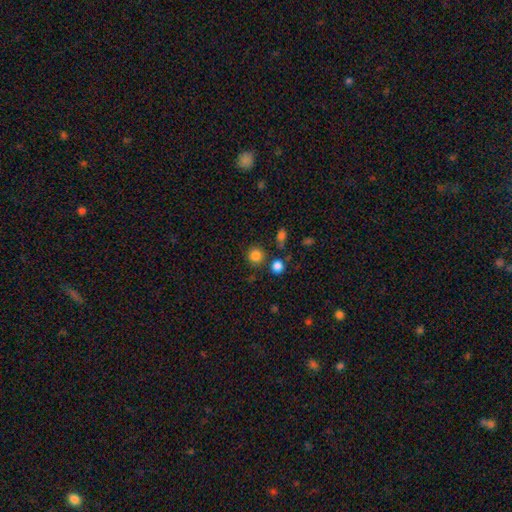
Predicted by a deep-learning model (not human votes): A smooth galaxy with no disk features (83%) that is round (92%).

Vote fractions:
- Smooth or featured? smooth: 83% / star or artifact: 13% / featured or disk: 4%
- How rounded? round: 92% / in between: 7% / cigar-shaped: 1%
- Merging? none: 82% / minor disturbance: 8% / merger: 7% / major disturbance: 3%